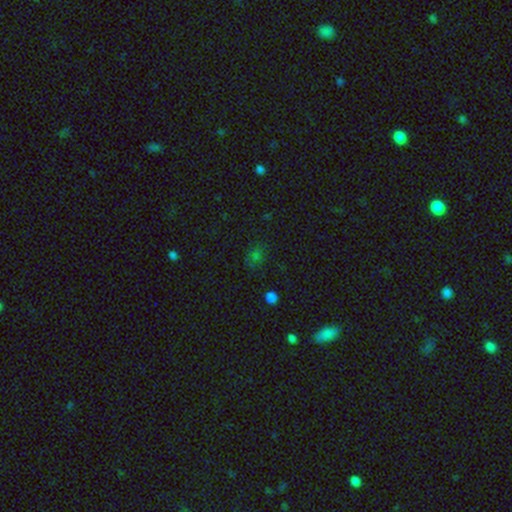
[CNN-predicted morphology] This appears to be a smooth galaxy with no disk features (58%) that is round (62%). Merging: none (73%).